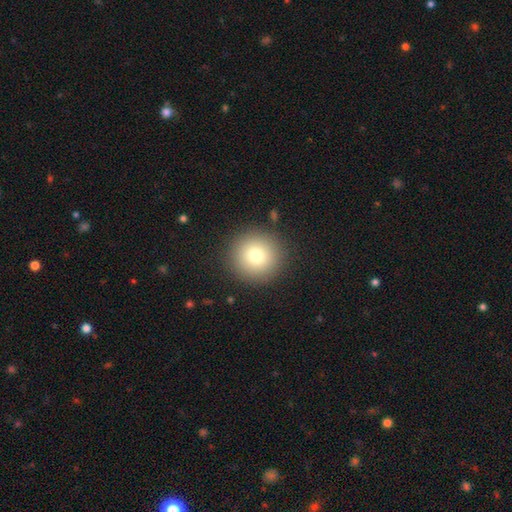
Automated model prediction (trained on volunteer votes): A smooth galaxy with no disk features (78%) that is round (95%). Merging: none (90%).